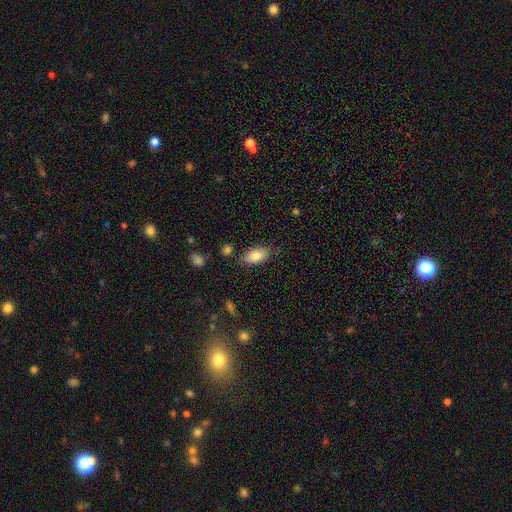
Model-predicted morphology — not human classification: A smooth galaxy with no disk features (82%) that is in between round and cigar-shaped (92%). Merging: none (78%).